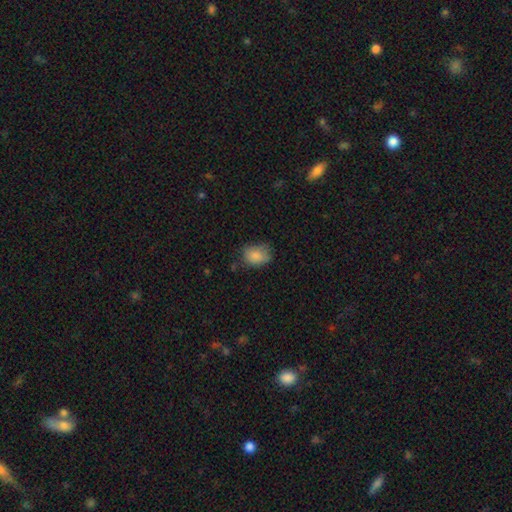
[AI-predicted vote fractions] This appears to be a smooth galaxy with no disk features (85%) that is in between round and cigar-shaped (67%). Merging: none (61%).